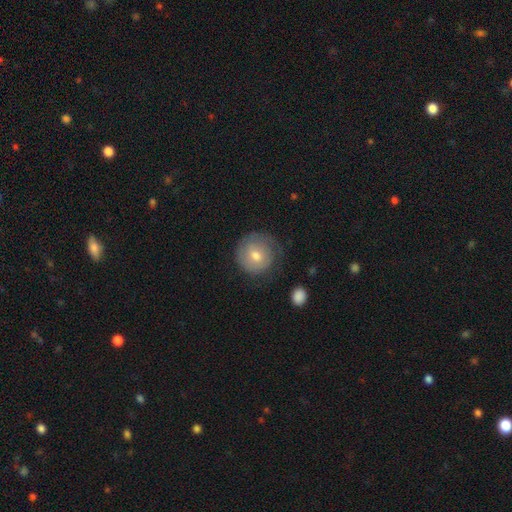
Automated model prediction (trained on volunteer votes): Overall: smooth (56%; featured or disk 37%). How rounded: round (92%). Merging: none (68%).